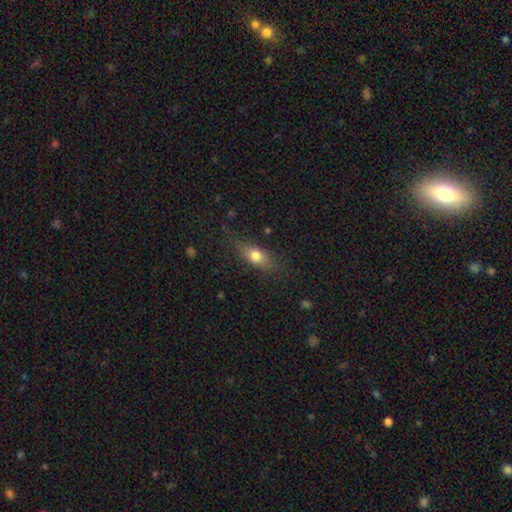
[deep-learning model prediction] A smooth galaxy with no disk features (72%) that is in between round and cigar-shaped (67%).

Vote fractions:
- Smooth or featured? smooth: 72% / featured or disk: 19% / star or artifact: 9%
- How rounded? in between: 67% / cigar-shaped: 23% / round: 10%
- Merging? none: 76% / minor disturbance: 17% / major disturbance: 6% / merger: 1%